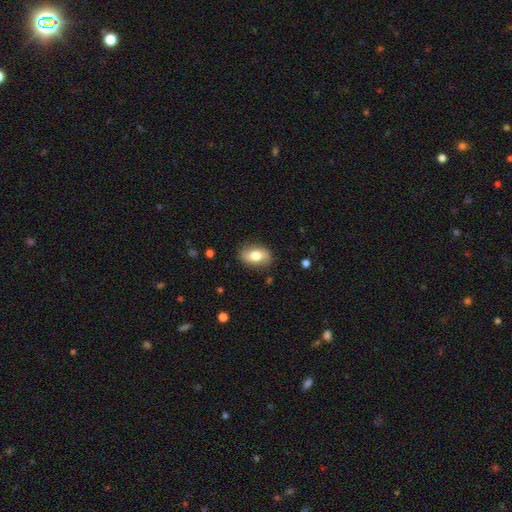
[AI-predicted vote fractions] This is likely a smooth galaxy (72%). How rounded: clearly in between (82%). Merging: clearly none (84%).